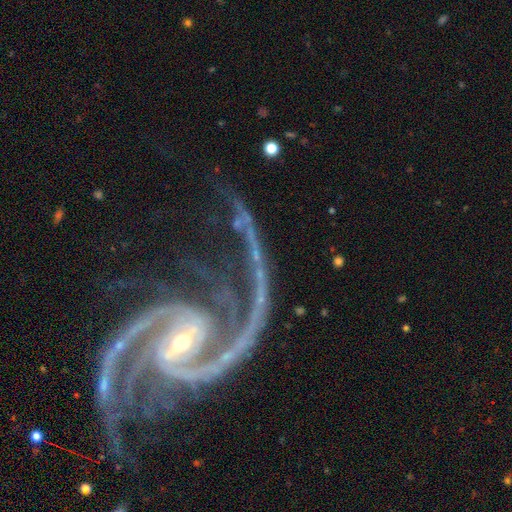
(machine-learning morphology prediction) The model was most divided on "bar": strong: 46%, weak: 35%, no: 20%. More confident: spiral arms — yes (99%); edge-on disk — no (98%); smooth or featured — featured or disk (93%); spiral arm count — 2 (75%); bulge size — small (71%); merging — none (53%); spiral winding — medium (53%).